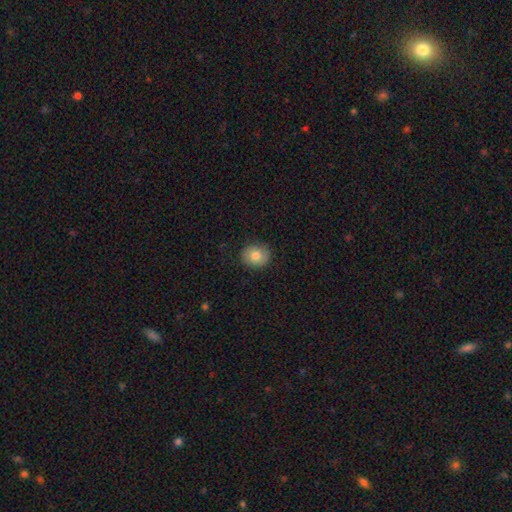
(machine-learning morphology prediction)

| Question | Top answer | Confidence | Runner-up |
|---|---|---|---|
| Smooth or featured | smooth | 77% | featured or disk (15%) |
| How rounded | round | 75% | in between (24%) |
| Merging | none | 85% | minor disturbance (12%) |